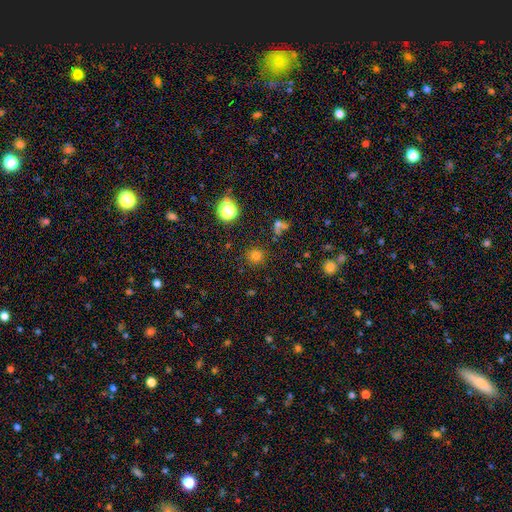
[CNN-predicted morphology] Q: Smooth or featured?
A: smooth (74%); runner-up: star or artifact (20%)
Q: How rounded?
A: round (92%); runner-up: in between (7%)
Q: Merging?
A: none (86%); runner-up: minor disturbance (8%)